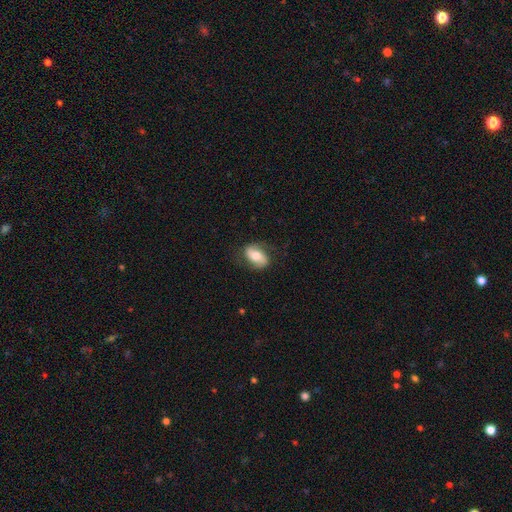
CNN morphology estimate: A featured or disk galaxy (47%).

Vote fractions:
- Smooth or featured? featured or disk: 47% / smooth: 46% / star or artifact: 7%
- Merging? none: 74% / minor disturbance: 18% / major disturbance: 7% / merger: 1%